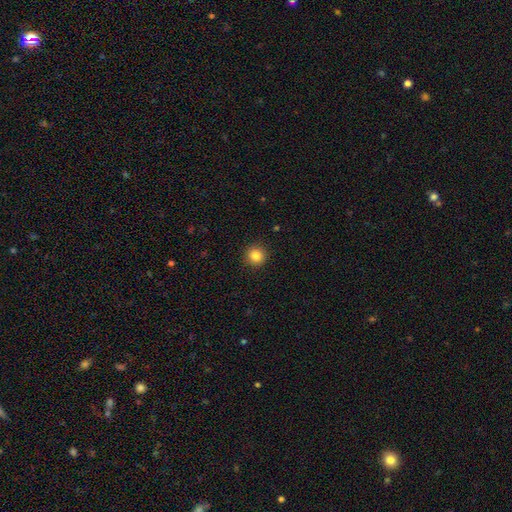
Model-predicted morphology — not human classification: smooth_or_featured: smooth (p=0.84) [alt: star or artifact p=0.11]
how_rounded: round (p=0.94) [alt: in between p=0.05]
merging: none (p=0.92) [alt: minor disturbance p=0.05]